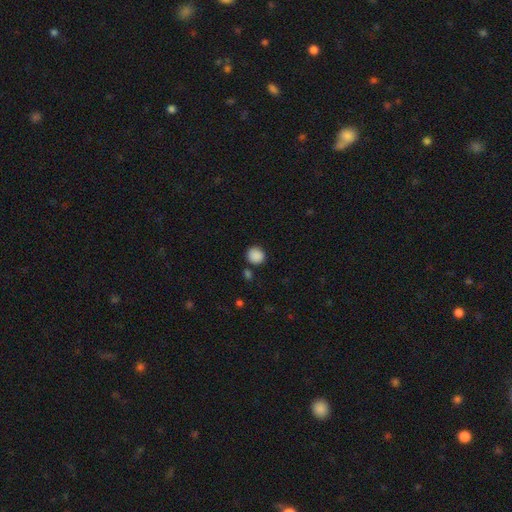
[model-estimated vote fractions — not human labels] Morphology: type=smooth (88%); roundness=round (87%); merging=none (82%).